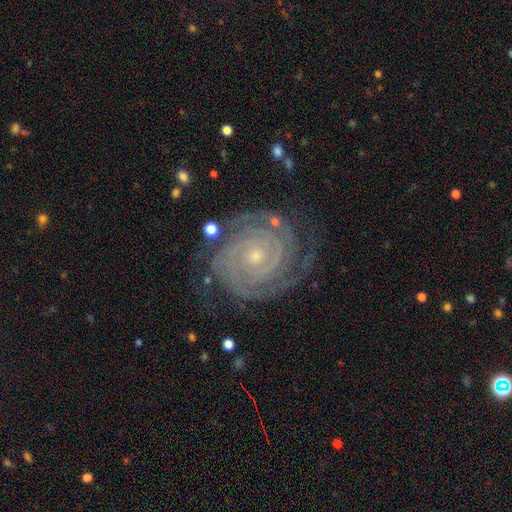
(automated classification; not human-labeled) The model was most divided on "spiral arm count": 2: 48%, 3: 19%, can't tell: 12%, 4: 10%, more than 4: 6%, 1: 5%. More confident: spiral arms — yes (99%); edge-on disk — no (98%); smooth or featured — featured or disk (91%); spiral winding — tight (87%); merging — none (78%); bar — no (75%); bulge size — small (73%).